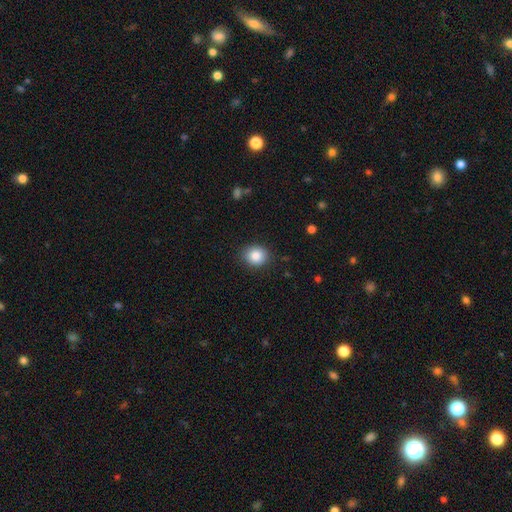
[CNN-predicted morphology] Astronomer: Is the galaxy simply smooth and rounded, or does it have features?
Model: smooth — 86%.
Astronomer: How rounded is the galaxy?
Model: round — 72%.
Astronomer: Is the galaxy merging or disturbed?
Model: none — 87%.